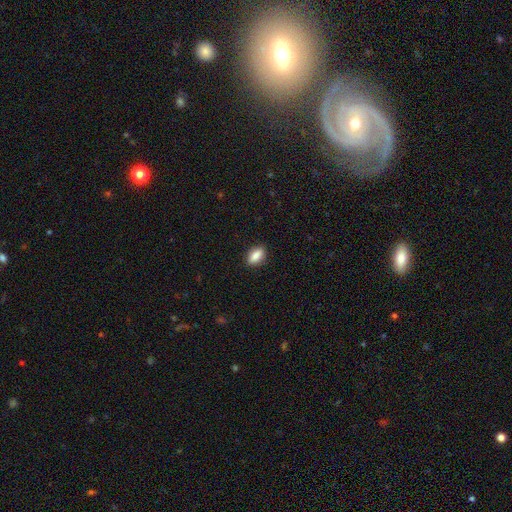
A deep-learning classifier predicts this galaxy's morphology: type=smooth (85%); roundness=in between (85%); merging=none (88%).